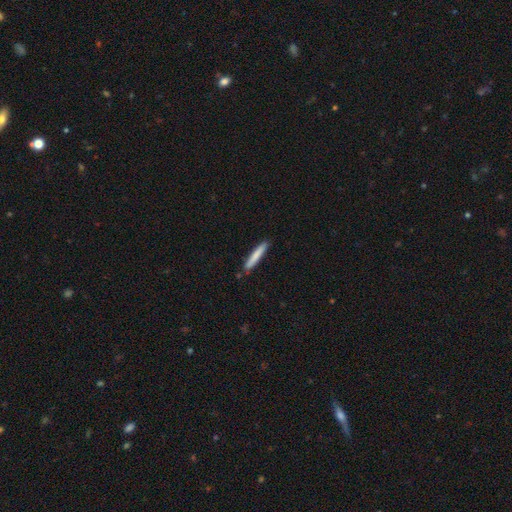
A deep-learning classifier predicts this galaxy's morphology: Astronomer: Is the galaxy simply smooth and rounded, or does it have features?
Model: smooth — 78%.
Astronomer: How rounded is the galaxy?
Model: cigar-shaped — 95%.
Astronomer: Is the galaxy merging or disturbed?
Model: none — 86%.